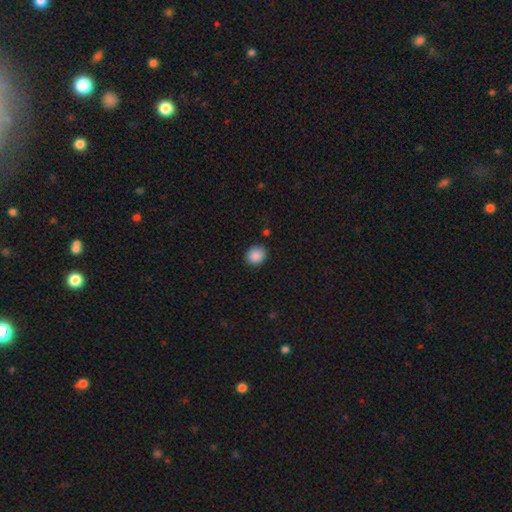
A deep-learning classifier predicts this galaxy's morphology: smooth-or-featured: smooth: 89% | star or artifact: 8% | featured or disk: 3%
  how-rounded: round: 64% | in between: 35% | cigar-shaped: 1%
  merging: none: 85% | minor disturbance: 11% | major disturbance: 2% | merger: 2%